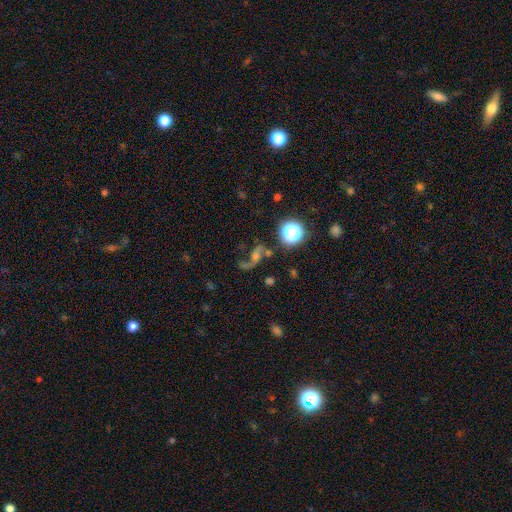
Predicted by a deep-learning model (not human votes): featured or disk 61%, star or artifact 22%, smooth 18%. Down the decision tree: edge-on disk — no (94%); bar — no (59%); spiral arms — yes (88%); bulge size — small (34%); merging — none (53%).